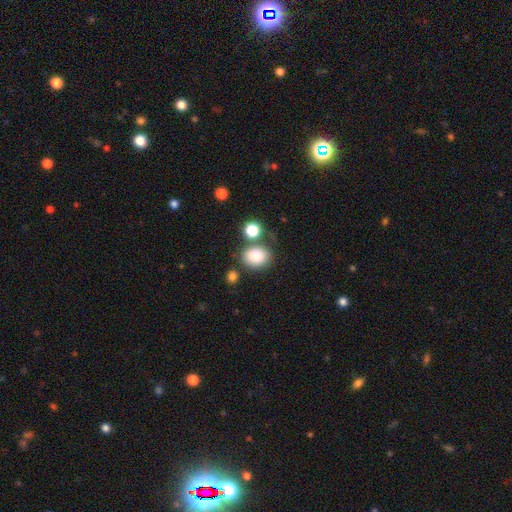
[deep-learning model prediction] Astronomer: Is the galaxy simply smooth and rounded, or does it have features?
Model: smooth — 85%.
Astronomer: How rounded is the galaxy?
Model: round — 56% (runner-up: in between, 43%).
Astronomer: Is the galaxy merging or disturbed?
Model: none — 67%.